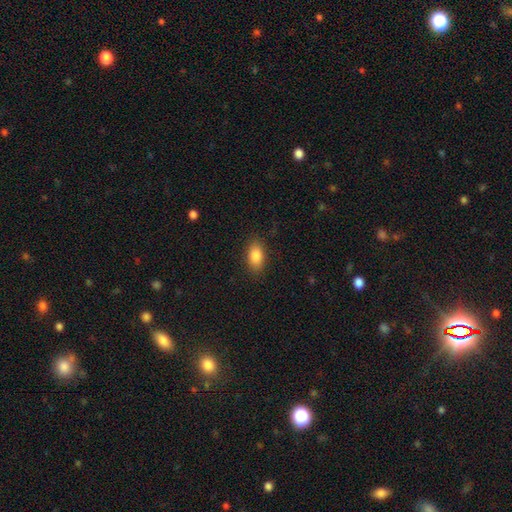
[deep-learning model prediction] Smooth or featured? Predicted: smooth (p=0.87). How rounded? Predicted: in between (p=0.90). Merging? Predicted: none (p=0.86).